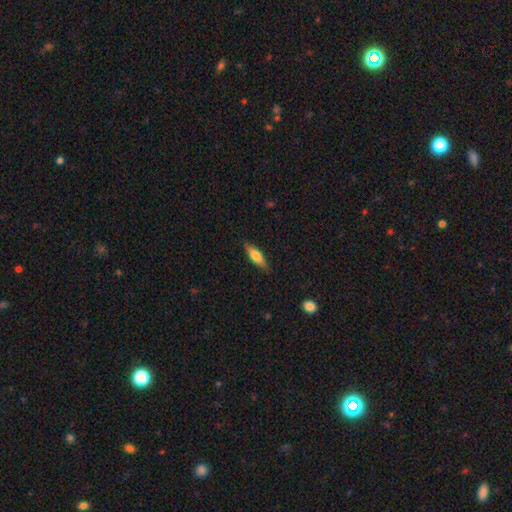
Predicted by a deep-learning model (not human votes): The model was most divided on "how rounded": cigar-shaped: 51%, in between: 47%, round: 2%. More confident: merging — none (86%); smooth or featured — smooth (68%).